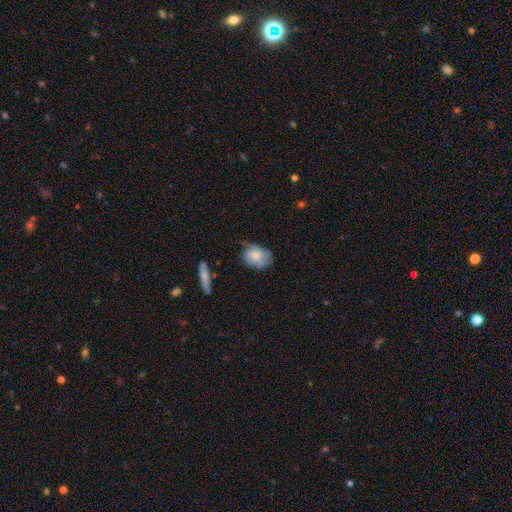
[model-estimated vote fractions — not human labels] This is likely a smooth galaxy (70%). How rounded: likely in between (64%). Merging: possibly none (47%).